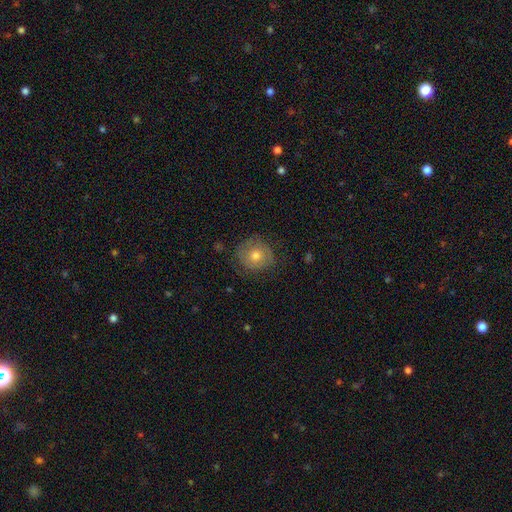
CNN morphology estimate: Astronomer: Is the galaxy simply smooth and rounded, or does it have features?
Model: smooth — 53% (runner-up: featured or disk, 37%).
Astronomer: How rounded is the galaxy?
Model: round — 85%.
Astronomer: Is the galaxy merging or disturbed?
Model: none — 75%.